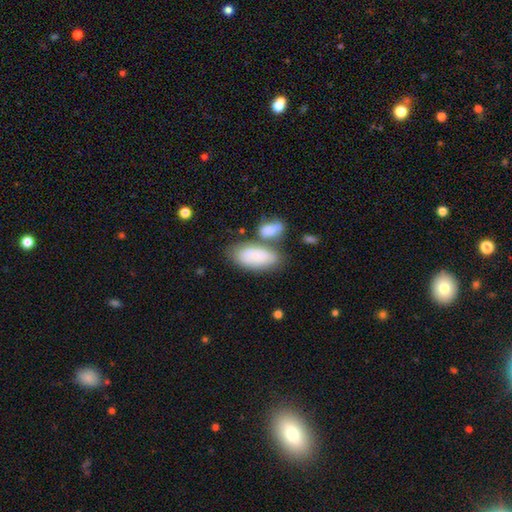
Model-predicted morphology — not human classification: This is clearly a smooth galaxy (81%). How rounded: clearly in between (92%). Merging: possibly none (47%).